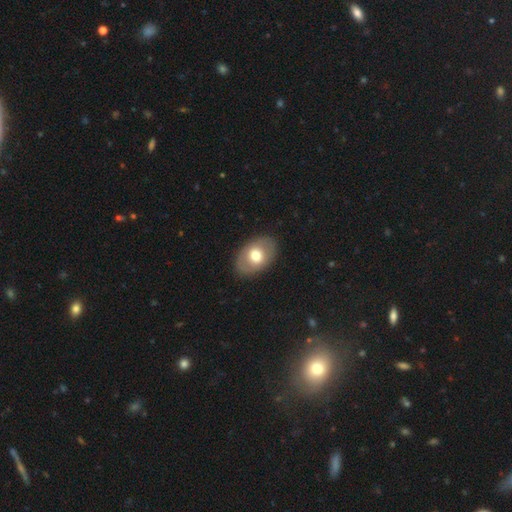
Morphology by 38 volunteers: A smooth galaxy with no disk features (63%) that is in between round and cigar-shaped (75%). Merging: none (77%).